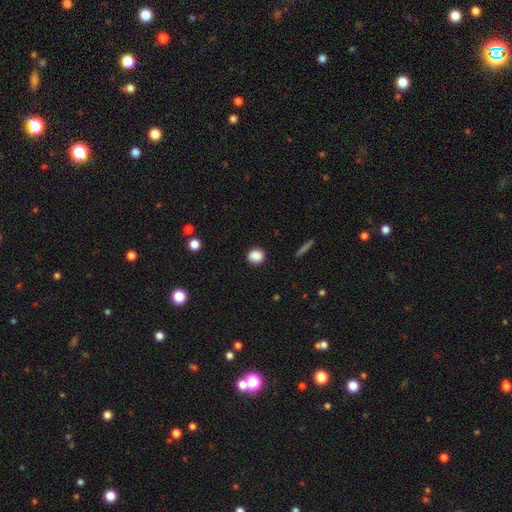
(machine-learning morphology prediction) The model was most divided on "how rounded": round: 78%, in between: 21%, cigar-shaped: 1%. More confident: merging — none (90%); smooth or featured — smooth (88%).